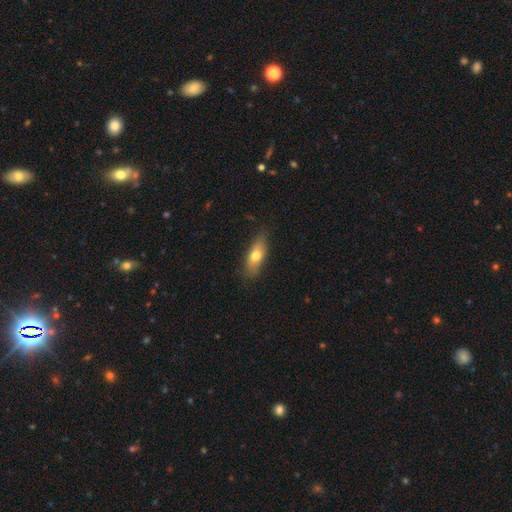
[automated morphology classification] Smooth or featured? Predicted: smooth (p=0.67). How rounded? Predicted: in between (p=0.70). Merging? Predicted: none (p=0.76).